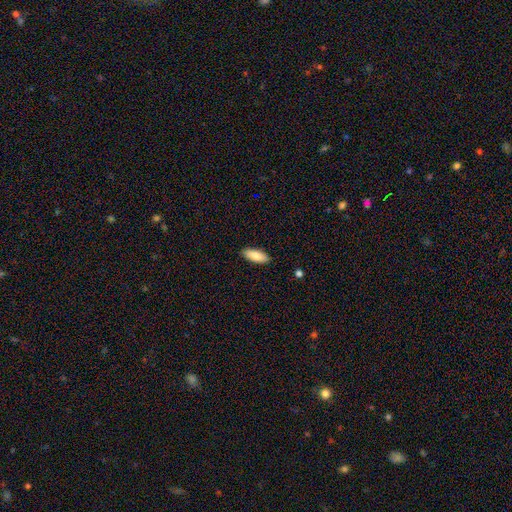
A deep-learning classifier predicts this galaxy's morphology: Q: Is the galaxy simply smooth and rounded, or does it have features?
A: smooth — 87%.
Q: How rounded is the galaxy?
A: in between — 76%.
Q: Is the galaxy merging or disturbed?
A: none — 89%.